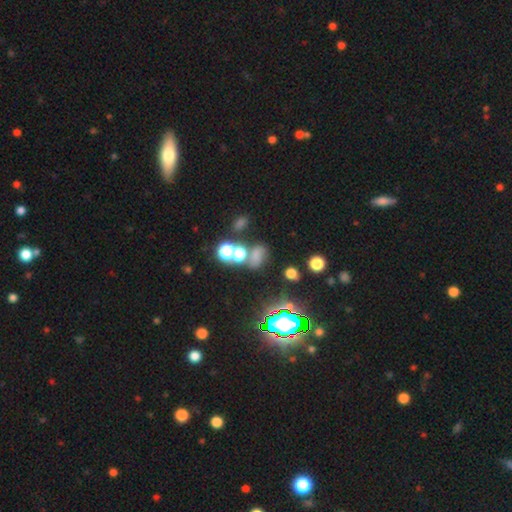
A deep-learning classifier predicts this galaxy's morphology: Overall: smooth (52%; star or artifact 34%). How rounded: in between (53%; round 44%). Merging: none (44%; merger 32%).